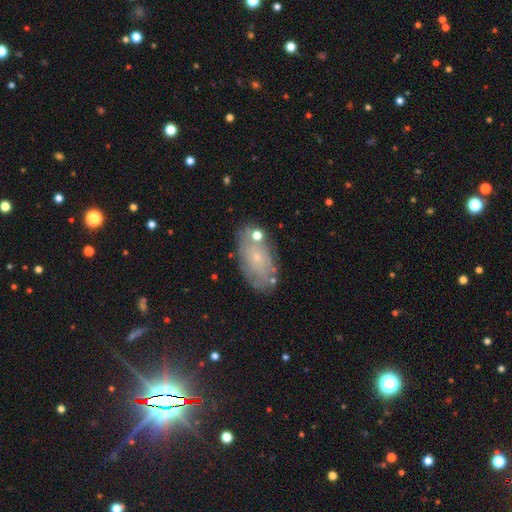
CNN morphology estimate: This appears to be a featured or disk galaxy (49%). Merging: none (73%).